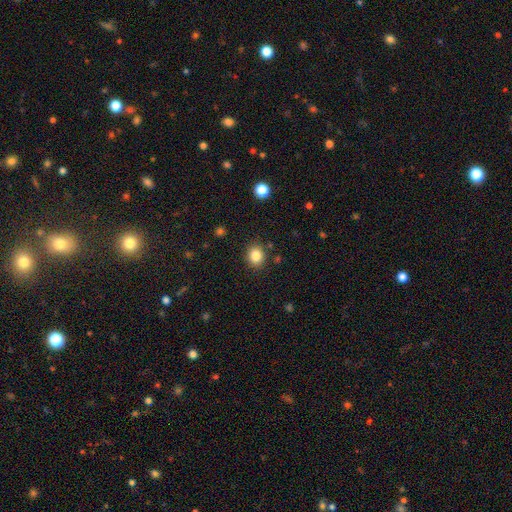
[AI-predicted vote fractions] A smooth galaxy with no disk features (84%) that is round (74%). Merging: none (87%).